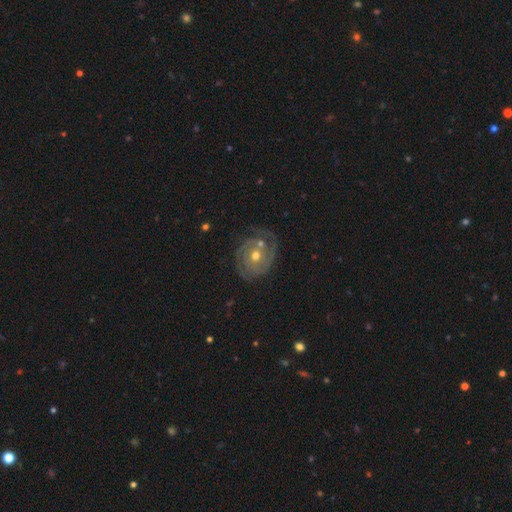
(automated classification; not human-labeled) The model was most divided on "spiral arm count": 2: 49%, can't tell: 19%, 3: 15%, 1: 8%, 4: 4%, more than 4: 4%. More confident: edge-on disk — no (97%); spiral arms — yes (93%); smooth or featured — featured or disk (83%); bar — no (76%); bulge size — moderate (72%); spiral winding — tight (67%); merging — none (65%).